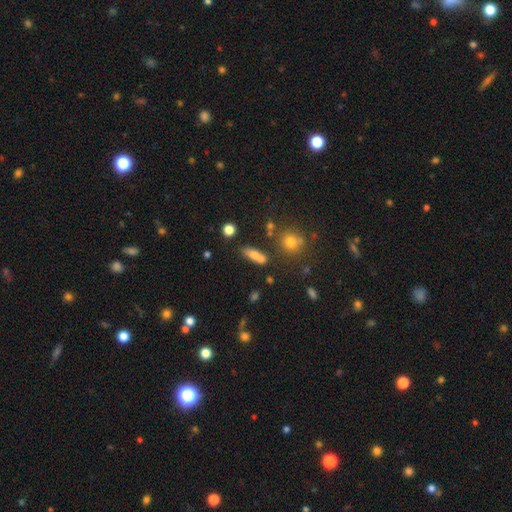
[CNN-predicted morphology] This appears to be a smooth galaxy with no disk features (69%) that is in between round and cigar-shaped (59%). Merging: none (50%).